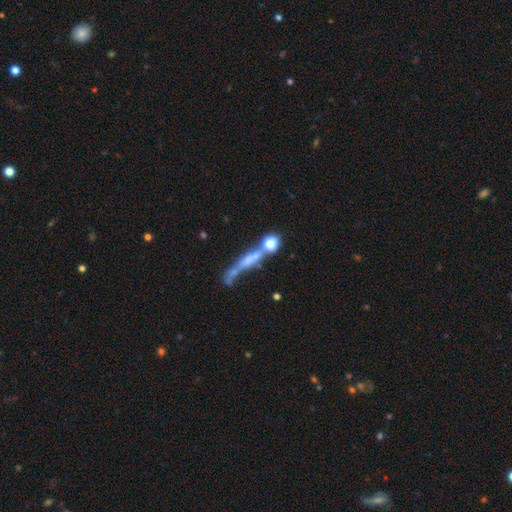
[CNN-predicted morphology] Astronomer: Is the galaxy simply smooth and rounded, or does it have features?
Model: featured or disk — 48% (runner-up: smooth, 33%).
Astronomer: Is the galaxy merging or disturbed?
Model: none — 36% (runner-up: merger, 34%).